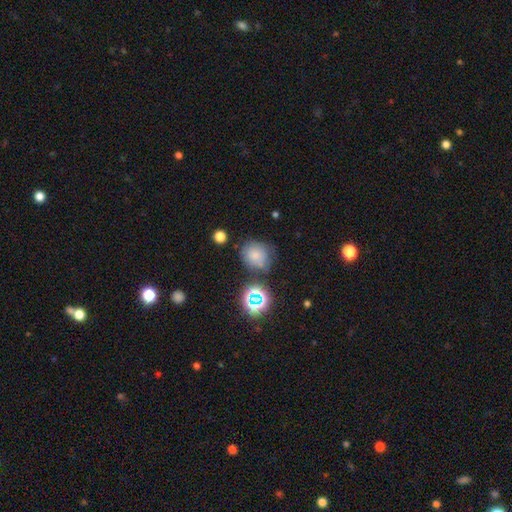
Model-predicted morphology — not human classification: smooth-or-featured: smooth: 72% | star or artifact: 18% | featured or disk: 10%
  how-rounded: round: 76% | in between: 23% | cigar-shaped: 1%
  merging: none: 62% | minor disturbance: 20% | merger: 11% | major disturbance: 7%